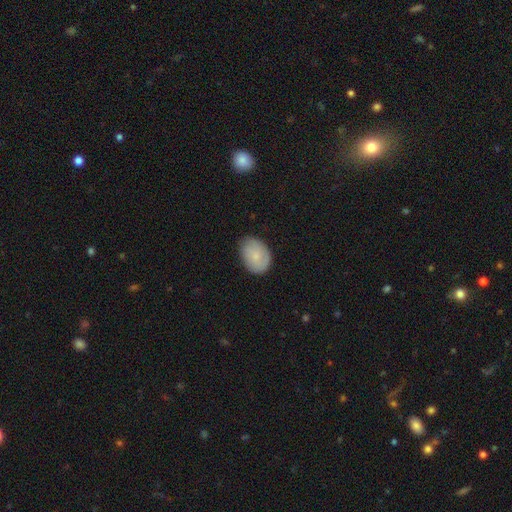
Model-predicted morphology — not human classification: Smooth or featured? Predicted: smooth (p=0.79). How rounded? Predicted: in between (p=0.73). Merging? Predicted: none (p=0.75).